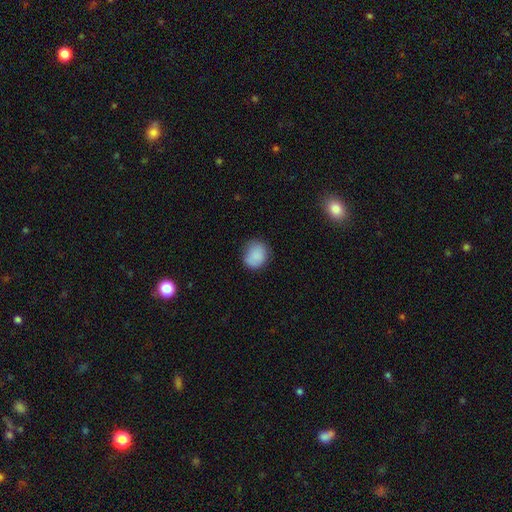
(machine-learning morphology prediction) Smooth or featured?
  - smooth: 87% *
  - star or artifact: 8%
  - featured or disk: 5%
How rounded?
  - round: 71% *
  - in between: 28%
  - cigar-shaped: 1%
Merging?
  - none: 74% *
  - minor disturbance: 21%
  - major disturbance: 4%
  - merger: 1%